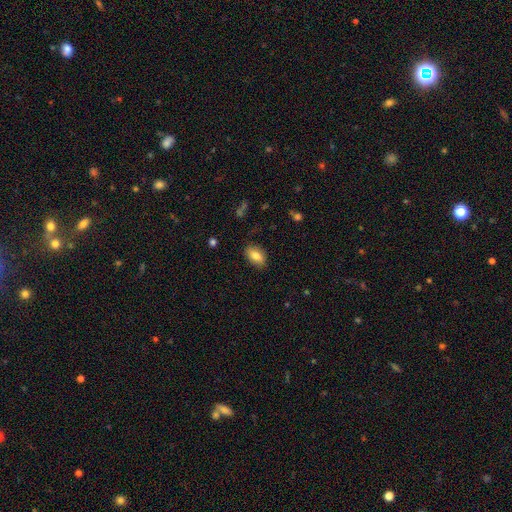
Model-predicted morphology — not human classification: smooth 80%, featured or disk 12%, star or artifact 8%. Down the decision tree: how rounded — in between (89%); merging — none (84%).